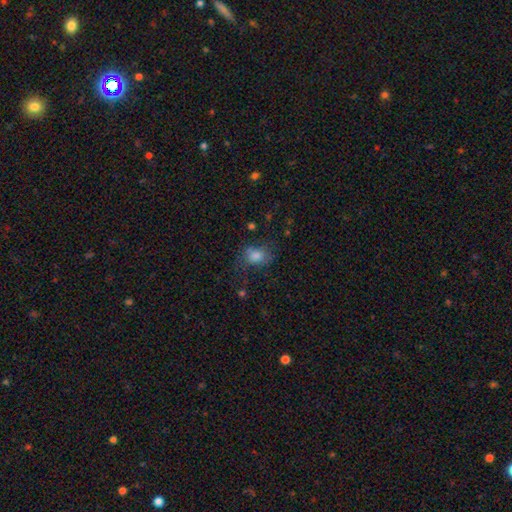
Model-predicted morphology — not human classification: smooth-or-featured: smooth: 75% | star or artifact: 14% | featured or disk: 11%
  how-rounded: in between: 55% | round: 44% | cigar-shaped: 1%
  merging: none: 57% | minor disturbance: 24% | major disturbance: 16% | merger: 3%